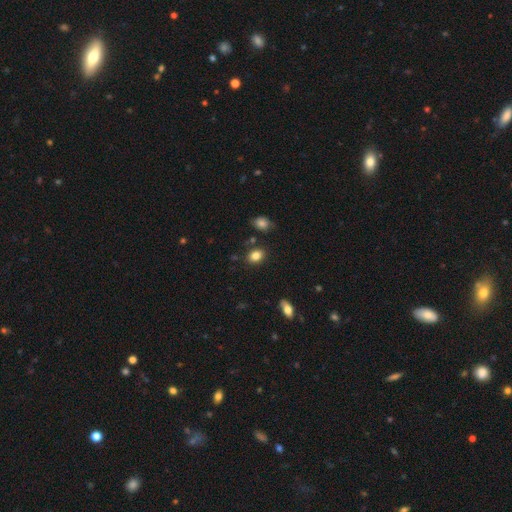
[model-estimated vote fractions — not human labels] Smooth or featured? smooth (84%)
How rounded? in between (65%)
Merging? none (83%)